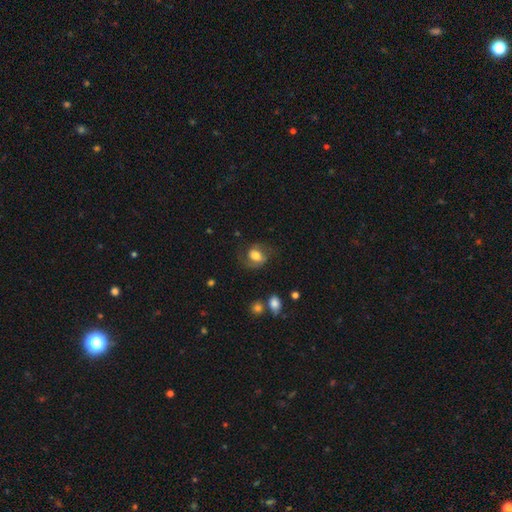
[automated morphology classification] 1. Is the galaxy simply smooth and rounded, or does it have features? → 51% featured or disk, 41% smooth, 8% star or artifact.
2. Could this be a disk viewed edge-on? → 96% no, 4% yes.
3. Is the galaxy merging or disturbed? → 63% none, 19% minor disturbance, 15% major disturbance, 2% merger.